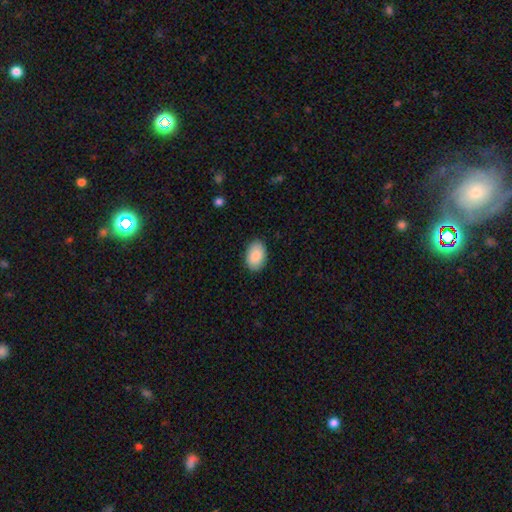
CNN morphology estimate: Overall: smooth (88%). How rounded: in between (90%). Merging: none (88%).